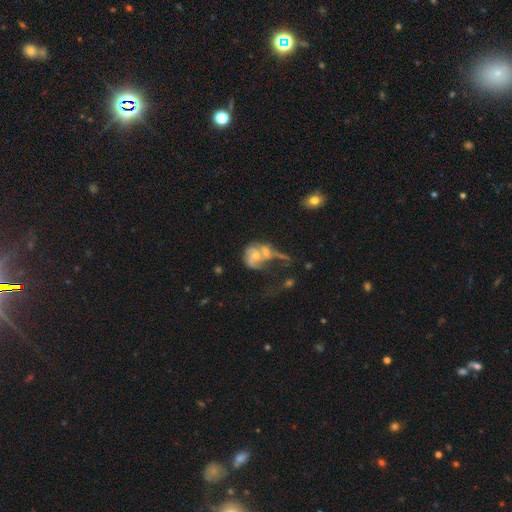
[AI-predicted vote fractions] Morphology: type=featured or disk (59%); edge-on=no (96%); bar=no (76%); spiral arms=yes (55%); bulge=moderate (56%); merging=merger (54%).